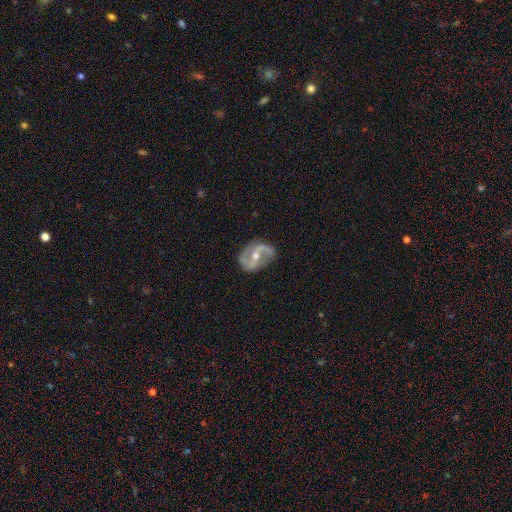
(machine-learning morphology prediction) The model was most divided on "spiral winding": medium: 45%, loose: 39%, tight: 16%. Remaining: edge-on disk — no (97%); spiral arms — yes (94%); spiral arm count — 2 (92%); smooth or featured — featured or disk (87%); merging — none (78%); bulge size — moderate (61%); bar — weak (39%).